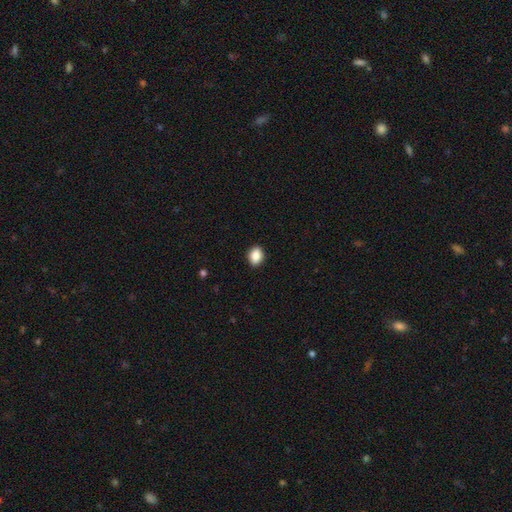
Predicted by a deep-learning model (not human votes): Smooth or featured? smooth (87%)
How rounded? in between (69%)
Merging? none (90%)